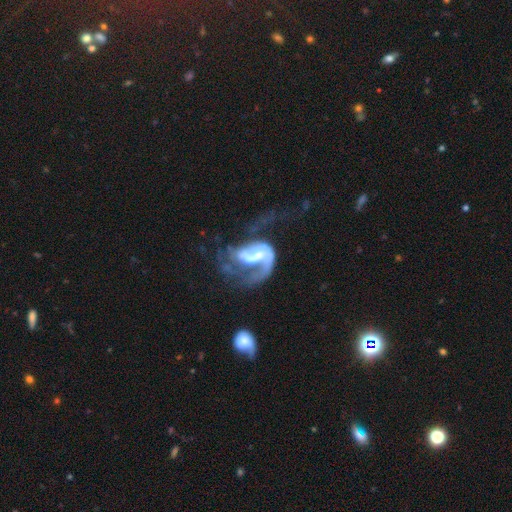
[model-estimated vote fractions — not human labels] Smooth or featured?
  - featured or disk: 81% *
  - smooth: 12%
  - star or artifact: 7%
Edge-on disk?
  - no: 98% *
  - yes: 2%
Bar?
  - weak: 43% *
  - no: 39%
  - strong: 18%
Spiral arms?
  - yes: 87% *
  - no: 13%
Spiral winding?
  - loose: 47% *
  - medium: 38%
  - tight: 16%
Spiral arm count?
  - 1: 57% *
  - 2: 28%
  - can't tell: 9%
  - 3: 3%
  - 4: 1%
  - more than 4: 1%
Bulge size?
  - moderate: 36% *
  - small: 34%
  - none: 16%
  - large: 11%
  - dominant: 2%
Merging?
  - major disturbance: 53% *
  - none: 24%
  - minor disturbance: 13%
  - merger: 11%